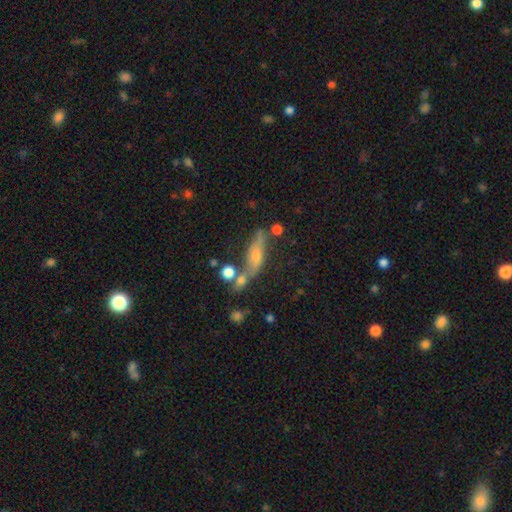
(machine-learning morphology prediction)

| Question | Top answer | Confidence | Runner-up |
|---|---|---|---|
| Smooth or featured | featured or disk | 54% | smooth (35%) |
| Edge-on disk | yes | 65% | no (35%) |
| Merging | none | 54% | minor disturbance (19%) |